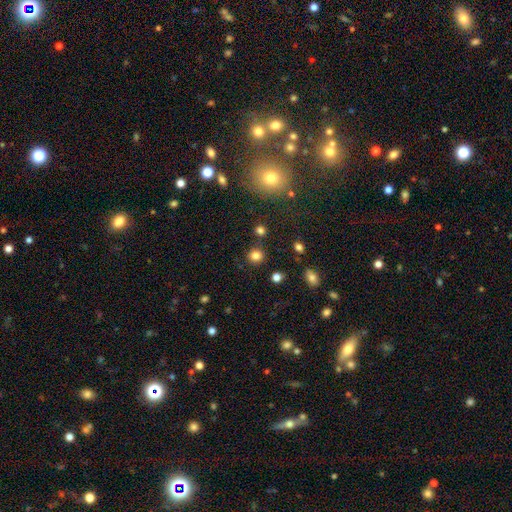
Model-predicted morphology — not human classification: Overall: smooth (82%). How rounded: round (89%). Merging: none (85%).